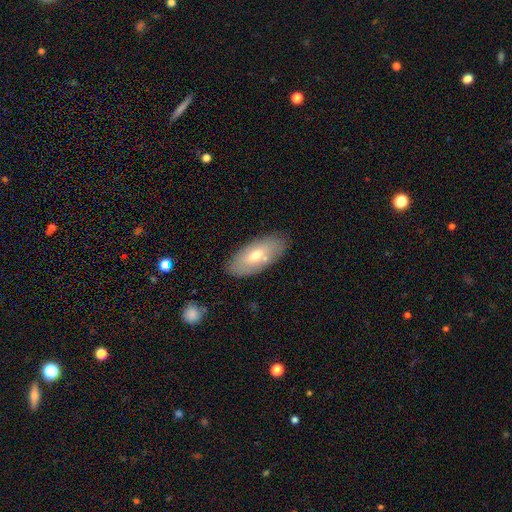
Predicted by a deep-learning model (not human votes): Smooth or featured? smooth (61%)
How rounded? in between (89%)
Merging? none (81%)